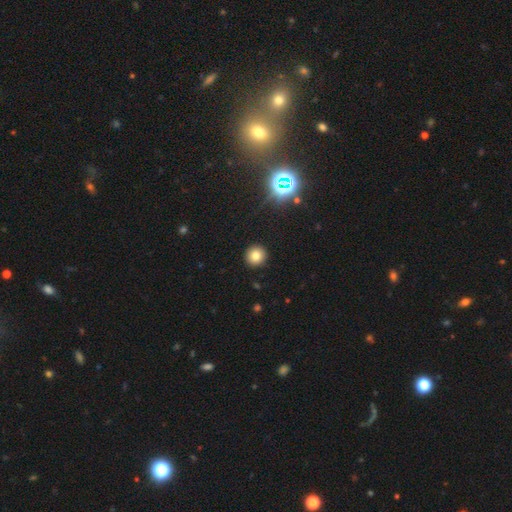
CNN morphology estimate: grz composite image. It shows a smooth galaxy with no disk features (78%) that is round (94%). Merging: none (93%).